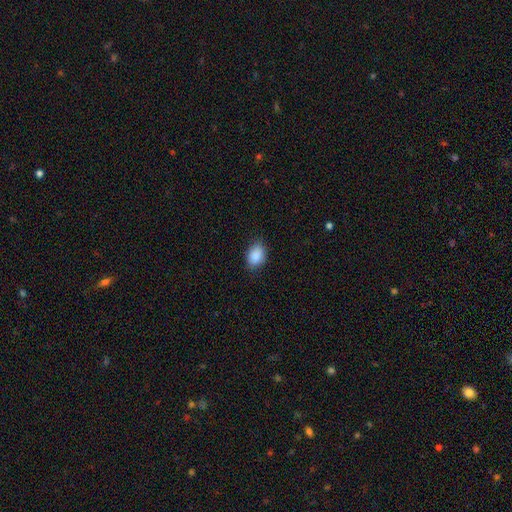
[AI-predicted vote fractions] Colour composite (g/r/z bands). It shows a smooth galaxy with no disk features (88%) that is in between round and cigar-shaped (79%). Merging: none (80%).